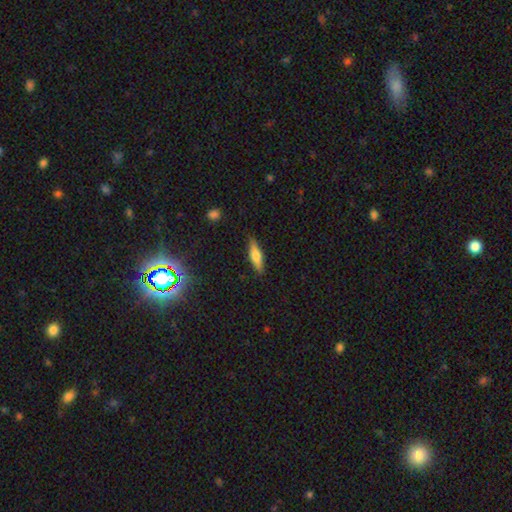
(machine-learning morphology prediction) A smooth galaxy with no disk features (62%) that is cigar-shaped (54%).

Vote fractions:
- Smooth or featured? smooth: 62% / featured or disk: 31% / star or artifact: 7%
- How rounded? cigar-shaped: 54% / in between: 43% / round: 2%
- Merging? none: 83% / minor disturbance: 13% / major disturbance: 2% / merger: 1%